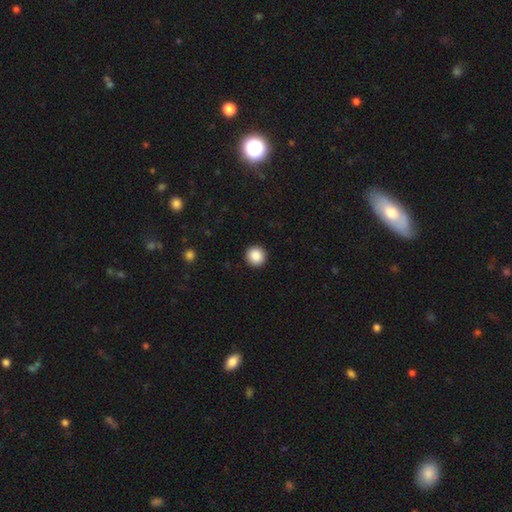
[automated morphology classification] The model was most divided on "smooth or featured": smooth: 89%, star or artifact: 9%, featured or disk: 3%. More confident: how rounded — round (95%); merging — none (93%).